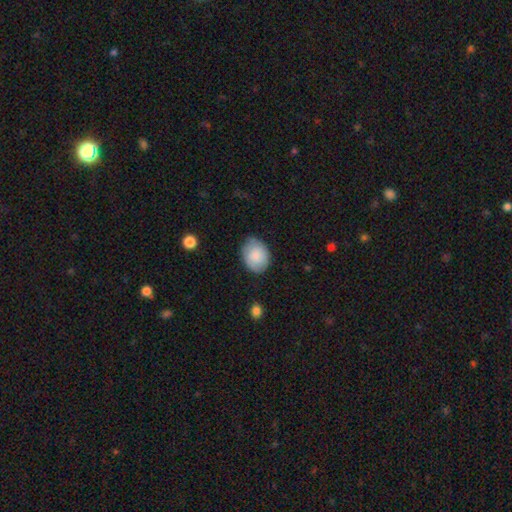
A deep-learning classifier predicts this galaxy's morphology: smooth-or-featured: smooth: 80% | featured or disk: 14% | star or artifact: 7%
  how-rounded: in between: 60% | round: 40% | cigar-shaped: 1%
  merging: none: 67% | minor disturbance: 26% | major disturbance: 5% | merger: 1%